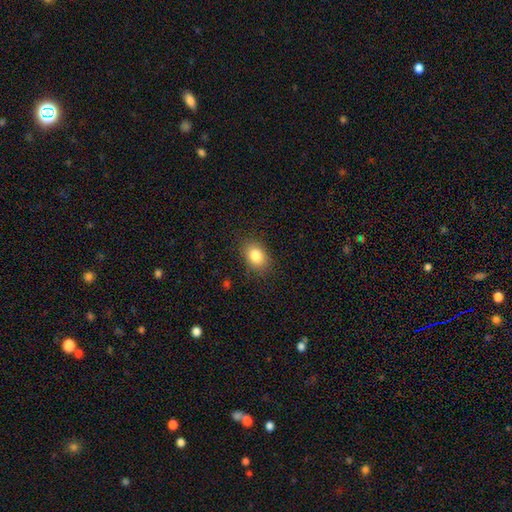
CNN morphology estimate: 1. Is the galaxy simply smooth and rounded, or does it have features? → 84% smooth, 9% star or artifact, 7% featured or disk.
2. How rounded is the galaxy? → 71% in between, 27% round, 1% cigar-shaped.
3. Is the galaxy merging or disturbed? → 85% none, 11% minor disturbance, 3% major disturbance, 1% merger.